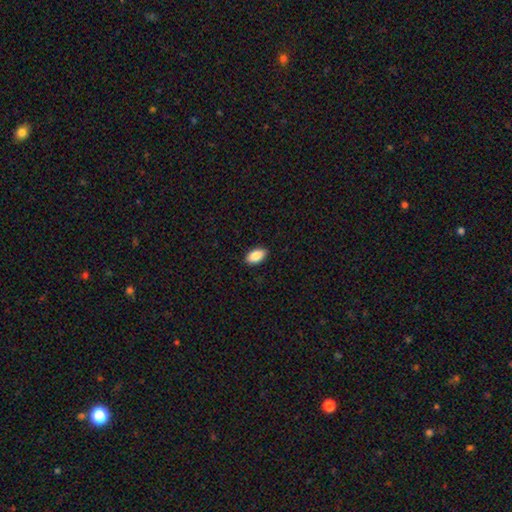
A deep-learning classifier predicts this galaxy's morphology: A smooth galaxy with no disk features (89%) that is in between round and cigar-shaped (94%). Merging: none (89%).